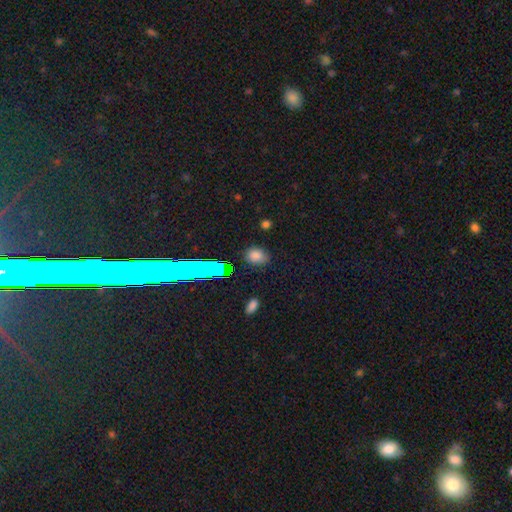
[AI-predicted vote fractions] This is likely a smooth galaxy (78%). How rounded: possibly in between (49%, tied with round). Merging: clearly none (82%).